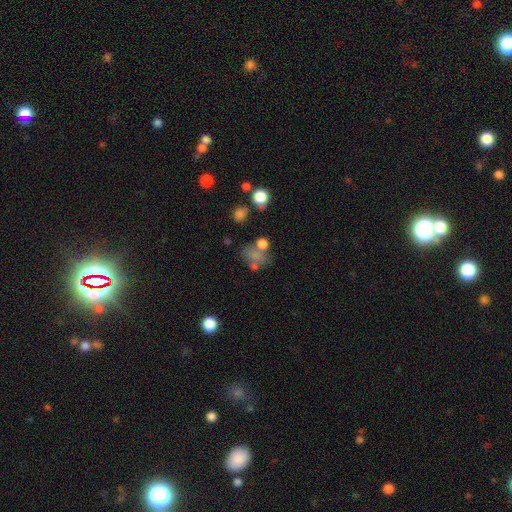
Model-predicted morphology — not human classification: Smooth or featured?
  - smooth: 65% *
  - star or artifact: 18%
  - featured or disk: 17%
How rounded?
  - in between: 51% *
  - round: 48%
  - cigar-shaped: 2%
Merging?
  - none: 42% *
  - merger: 26%
  - minor disturbance: 17%
  - major disturbance: 15%